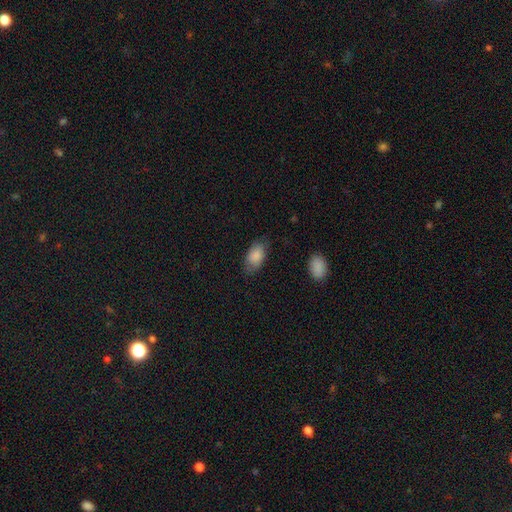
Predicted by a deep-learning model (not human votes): Q: Smooth or featured?
A: smooth (84%); runner-up: featured or disk (10%)
Q: How rounded?
A: in between (93%); runner-up: round (5%)
Q: Merging?
A: none (72%); runner-up: minor disturbance (21%)